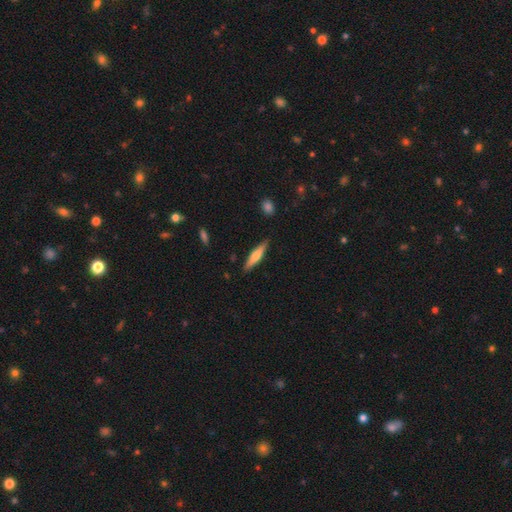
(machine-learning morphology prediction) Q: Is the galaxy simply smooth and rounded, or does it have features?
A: smooth — 56%.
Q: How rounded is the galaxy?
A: cigar-shaped — 84%.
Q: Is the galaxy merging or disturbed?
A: none — 88%.